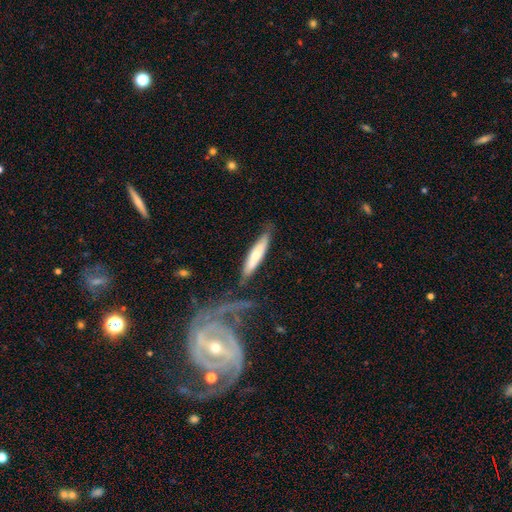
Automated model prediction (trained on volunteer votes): A smooth galaxy with no disk features (60%) that is cigar-shaped (84%). Merging: none (75%).